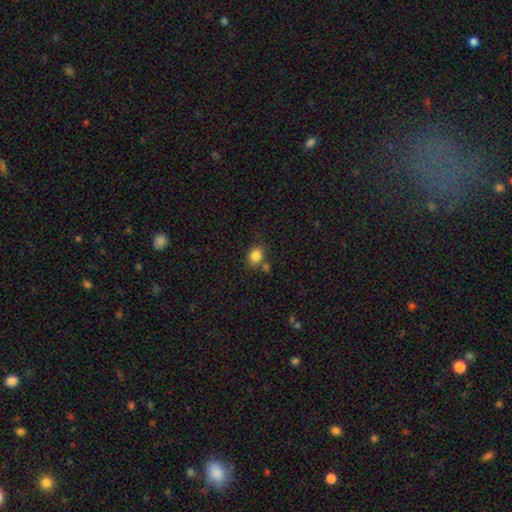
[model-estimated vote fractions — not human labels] The model was most divided on "how rounded": round: 57%, in between: 42%, cigar-shaped: 1%. More confident: smooth or featured — smooth (84%); merging — none (67%).